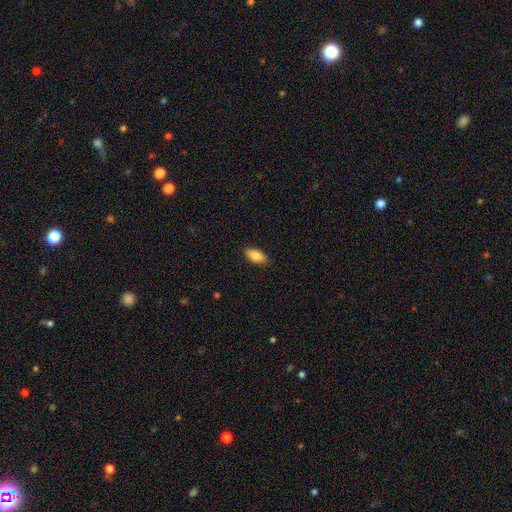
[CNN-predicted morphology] The model was most divided on "smooth or featured": smooth: 83%, featured or disk: 10%, star or artifact: 7%. More confident: merging — none (88%); how rounded — in between (87%).